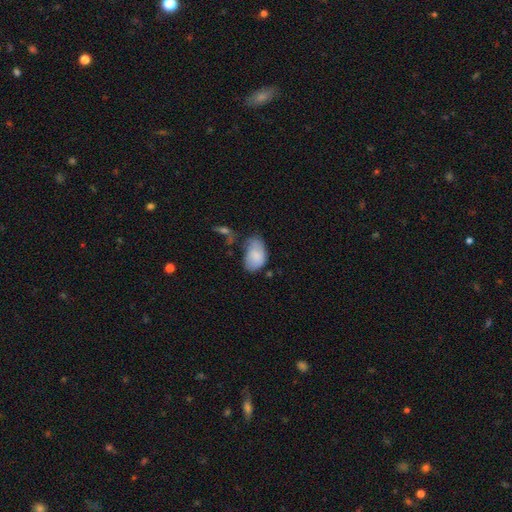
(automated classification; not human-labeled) Morphology: type=smooth (78%); roundness=in between (90%); merging=minor disturbance (38%).